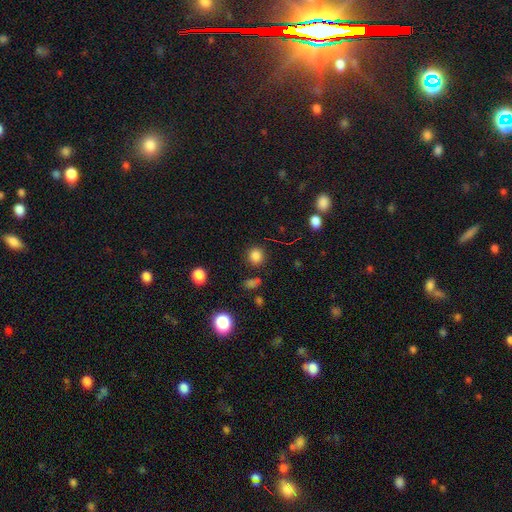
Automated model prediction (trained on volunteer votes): smooth-or-featured: smooth: 82% | star or artifact: 14% | featured or disk: 4%
  how-rounded: round: 88% | in between: 11% | cigar-shaped: 1%
  merging: none: 86% | minor disturbance: 8% | major disturbance: 3% | merger: 3%